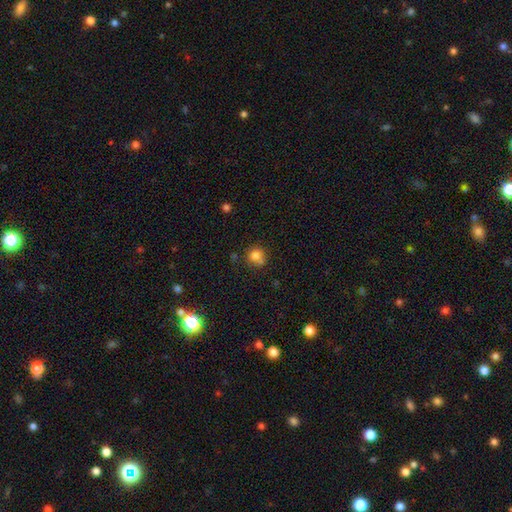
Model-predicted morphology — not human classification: This appears to be a smooth galaxy with no disk features (80%) that is round (85%). Merging: none (61%).